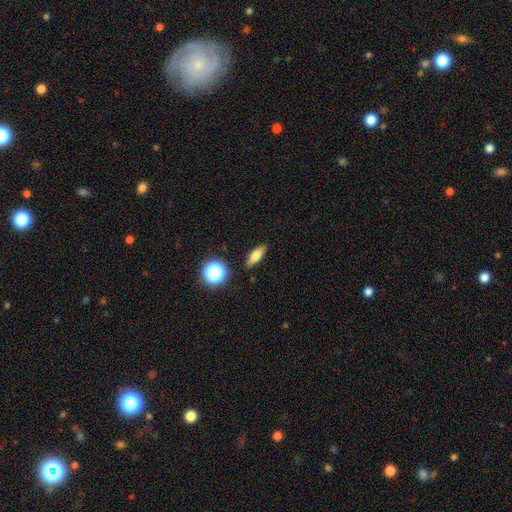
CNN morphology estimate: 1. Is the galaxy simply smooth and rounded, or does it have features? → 68% smooth, 21% featured or disk, 11% star or artifact.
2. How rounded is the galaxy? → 53% in between, 38% cigar-shaped, 9% round.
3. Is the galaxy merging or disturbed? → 87% none, 9% minor disturbance, 2% major disturbance, 2% merger.